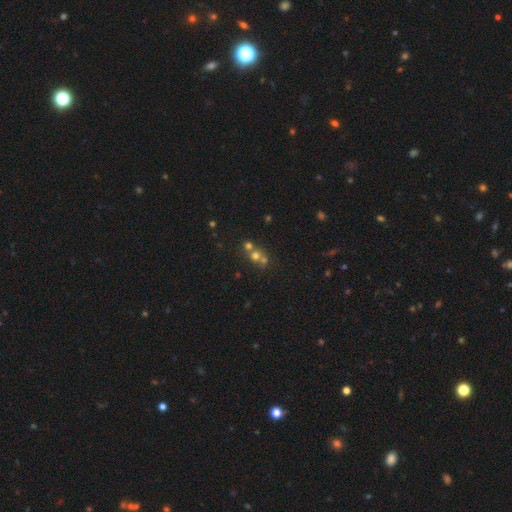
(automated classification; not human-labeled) The model was most divided on "merging": merger: 50%, none: 40%, minor disturbance: 6%, major disturbance: 3%. More confident: how rounded — round (82%); smooth or featured — smooth (59%).